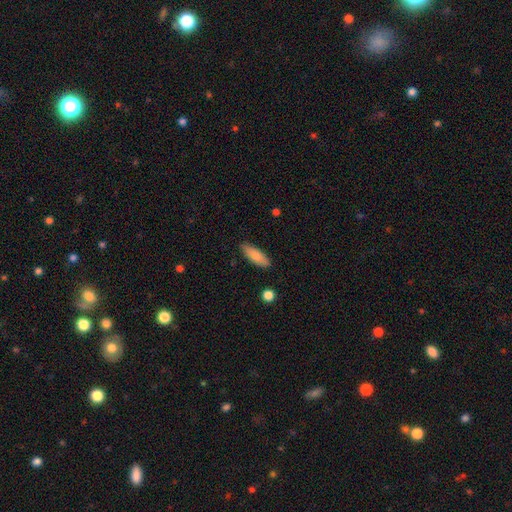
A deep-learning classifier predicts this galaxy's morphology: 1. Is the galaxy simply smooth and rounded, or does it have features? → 82% smooth, 12% featured or disk, 6% star or artifact.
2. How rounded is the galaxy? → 59% in between, 40% cigar-shaped, 2% round.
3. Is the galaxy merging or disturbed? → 87% none, 10% minor disturbance, 2% major disturbance, 1% merger.